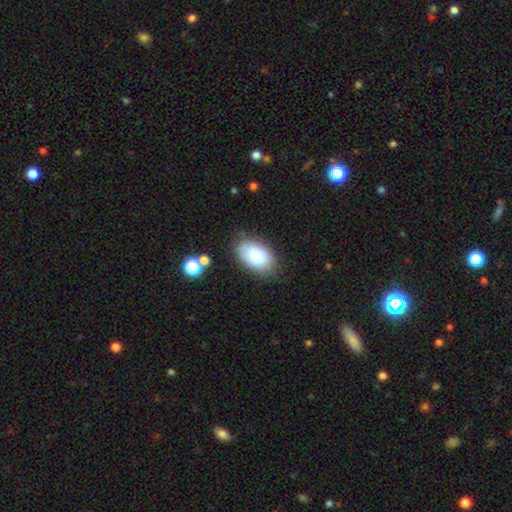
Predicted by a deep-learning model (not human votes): A smooth galaxy with no disk features (84%) that is in between round and cigar-shaped (93%). Merging: none (78%).